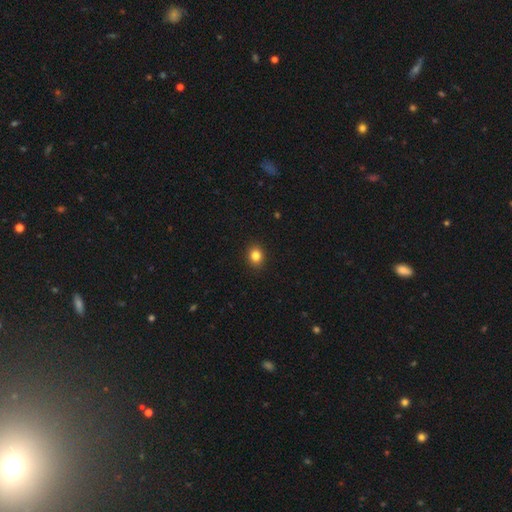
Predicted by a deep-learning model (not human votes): The model was most divided on "how rounded": round: 67%, in between: 33%, cigar-shaped: 1%. More confident: merging — none (91%); smooth or featured — smooth (84%).